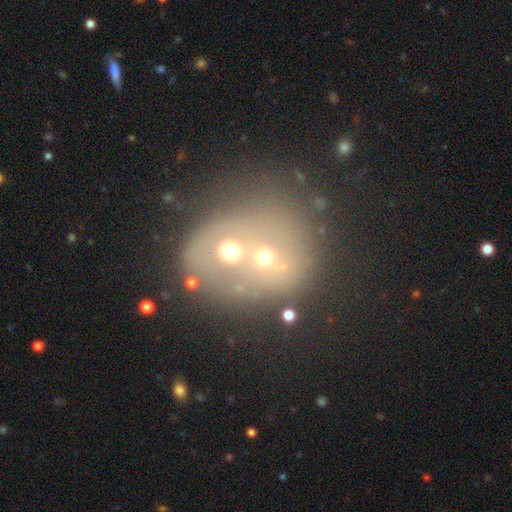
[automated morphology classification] Smooth or featured: smooth — 42% (featured or disk — 38%)
Merging: merger — 70% (none — 18%)